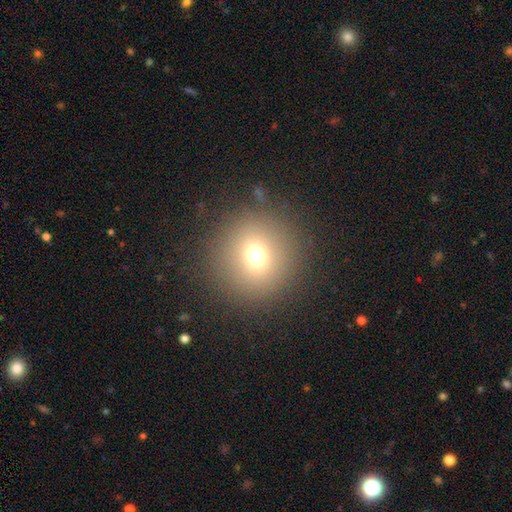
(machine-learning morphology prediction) Smooth or featured?
  - smooth: 69% *
  - star or artifact: 20%
  - featured or disk: 10%
How rounded?
  - round: 93% *
  - in between: 6%
  - cigar-shaped: 1%
Merging?
  - none: 88% *
  - minor disturbance: 6%
  - major disturbance: 4%
  - merger: 2%